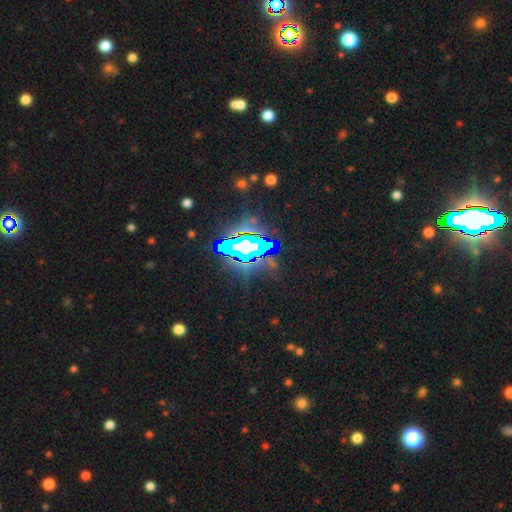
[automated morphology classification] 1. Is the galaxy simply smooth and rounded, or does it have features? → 76% star or artifact, 13% smooth, 11% featured or disk.